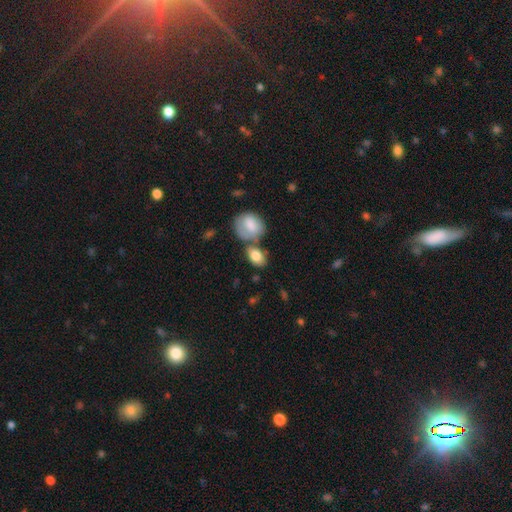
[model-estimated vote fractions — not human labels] Smooth or featured: smooth — 81% (featured or disk — 13%)
How rounded: in between — 81% (round — 17%)
Merging: none — 45% (merger — 35%)